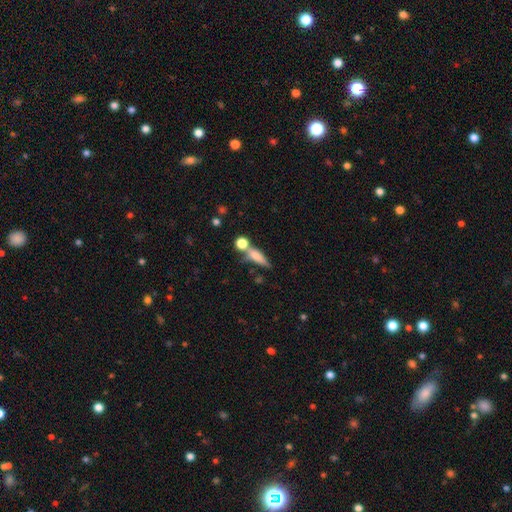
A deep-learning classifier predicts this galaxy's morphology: Overall: smooth (67%). How rounded: cigar-shaped (53%; in between 38%). Merging: none (49%; merger 27%).